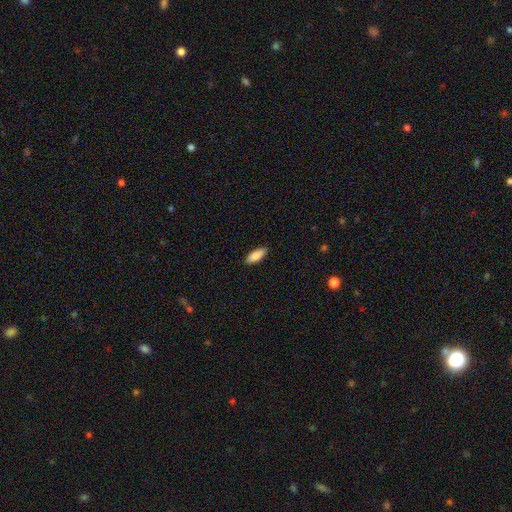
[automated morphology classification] smooth 88%, star or artifact 6%, featured or disk 6%. Down the decision tree: how rounded — in between (73%); merging — none (89%).